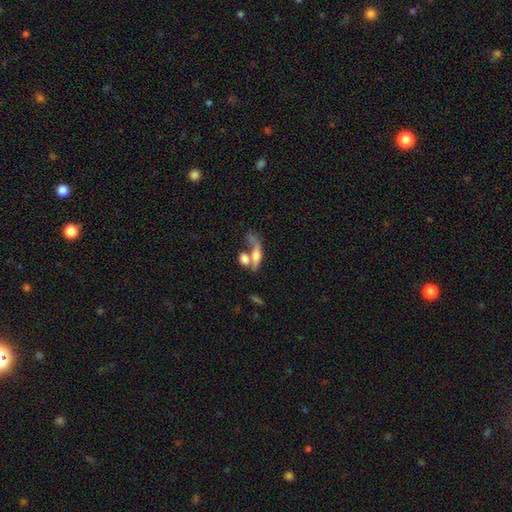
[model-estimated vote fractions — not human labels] Smooth or featured? smooth (48%)
Merging? merger (50%)